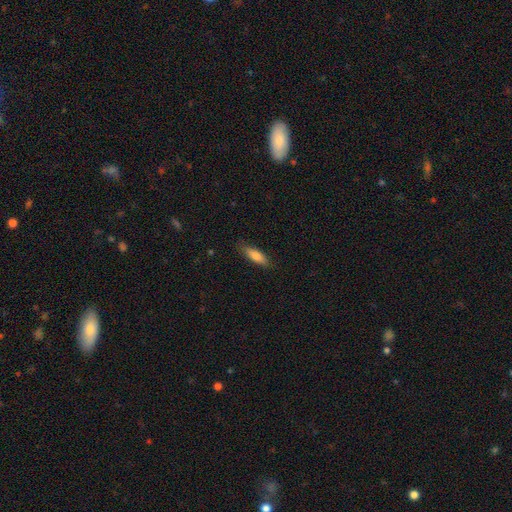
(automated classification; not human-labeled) Q: Smooth or featured?
A: smooth (79%); runner-up: featured or disk (15%)
Q: How rounded?
A: in between (49%); tied with: cigar-shaped (49%)
Q: Merging?
A: none (82%); runner-up: minor disturbance (14%)